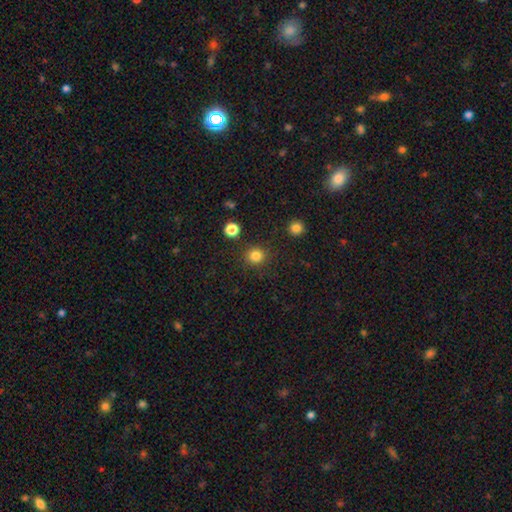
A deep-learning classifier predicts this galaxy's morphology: smooth 83%, star or artifact 13%, featured or disk 4%. Down the decision tree: how rounded — round (92%); merging — none (88%).